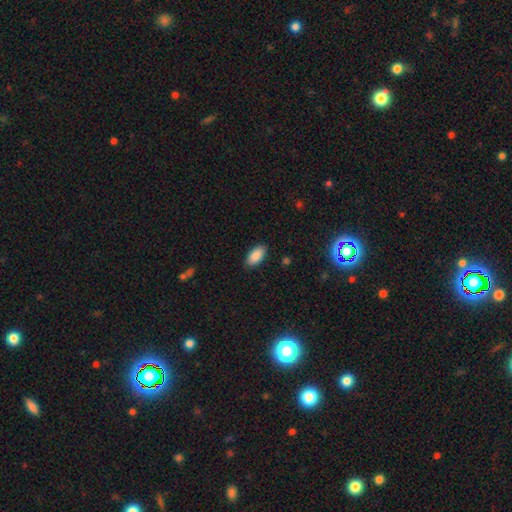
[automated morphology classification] The model was most divided on "merging": none: 88%, minor disturbance: 9%, major disturbance: 2%, merger: 1%. More confident: how rounded — in between (93%); smooth or featured — smooth (88%).